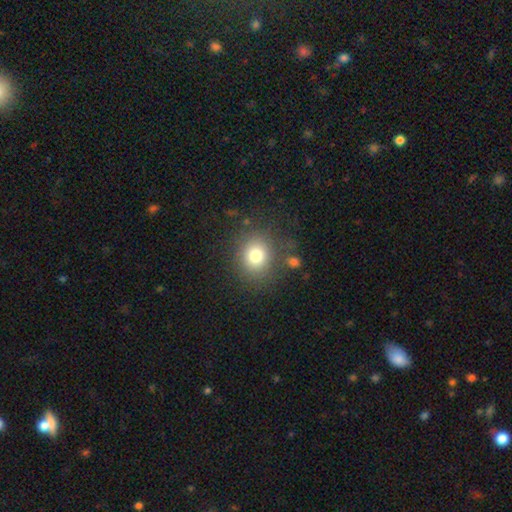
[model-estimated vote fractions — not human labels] smooth-or-featured: smooth: 78% | star or artifact: 13% | featured or disk: 9%
  how-rounded: round: 78% | in between: 21% | cigar-shaped: 1%
  merging: none: 79% | minor disturbance: 11% | major disturbance: 6% | merger: 4%